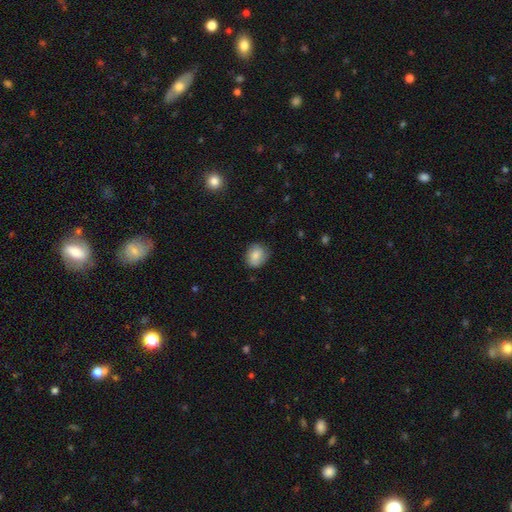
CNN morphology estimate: Smooth or featured: smooth — 79% (featured or disk — 14%)
How rounded: round — 66% (in between — 33%)
Merging: none — 73% (minor disturbance — 21%)